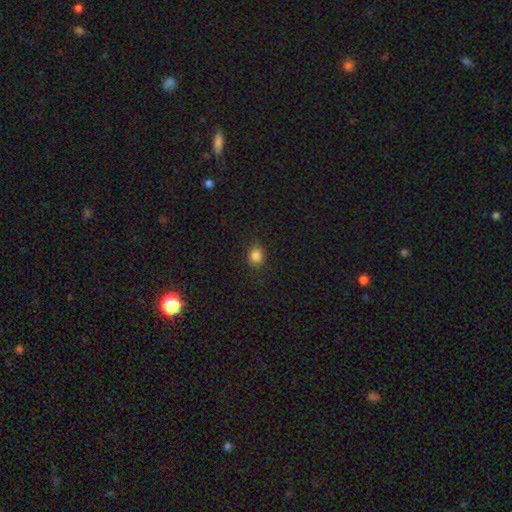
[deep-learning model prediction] The model was most divided on "how rounded": round: 74%, in between: 26%, cigar-shaped: 1%. More confident: merging — none (85%); smooth or featured — smooth (84%).